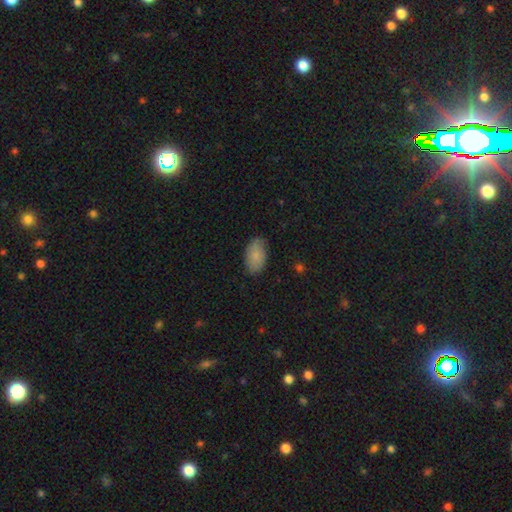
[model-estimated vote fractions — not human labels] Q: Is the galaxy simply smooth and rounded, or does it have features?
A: smooth — 82%.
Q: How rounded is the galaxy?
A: in between — 93%.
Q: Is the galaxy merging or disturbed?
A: none — 80%.